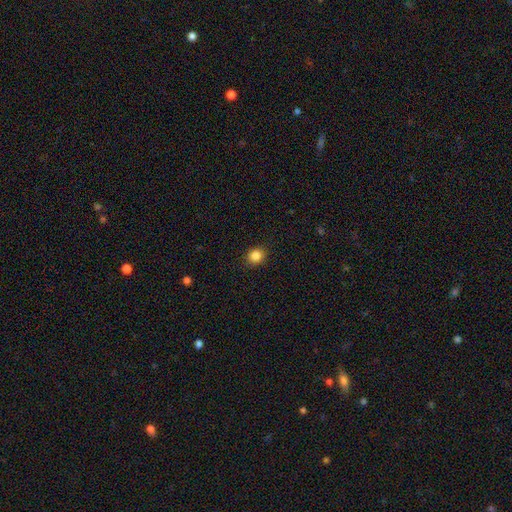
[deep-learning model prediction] The model was most divided on "how rounded": round: 78%, in between: 21%, cigar-shaped: 1%. More confident: merging — none (90%); smooth or featured — smooth (85%).